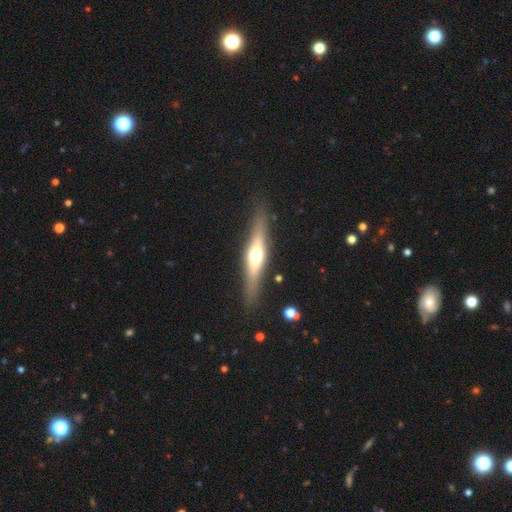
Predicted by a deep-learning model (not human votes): Smooth or featured? featured or disk (60%)
Edge-on disk? yes (93%)
Edge-on bulge? rounded (91%)
Merging? none (86%)